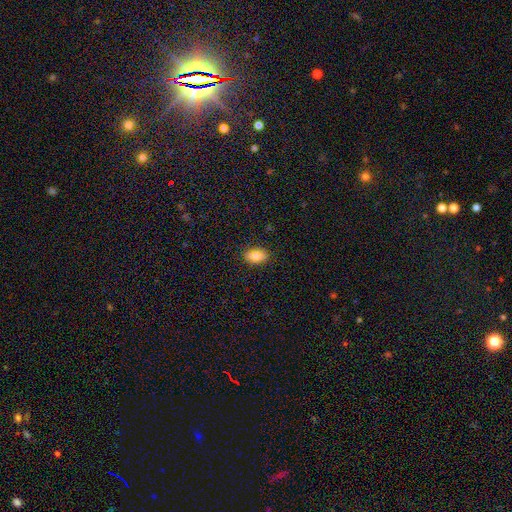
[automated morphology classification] smooth-or-featured: smooth: 85% | star or artifact: 8% | featured or disk: 7%
  how-rounded: in between: 89% | round: 8% | cigar-shaped: 2%
  merging: none: 88% | minor disturbance: 9% | major disturbance: 2% | merger: 1%